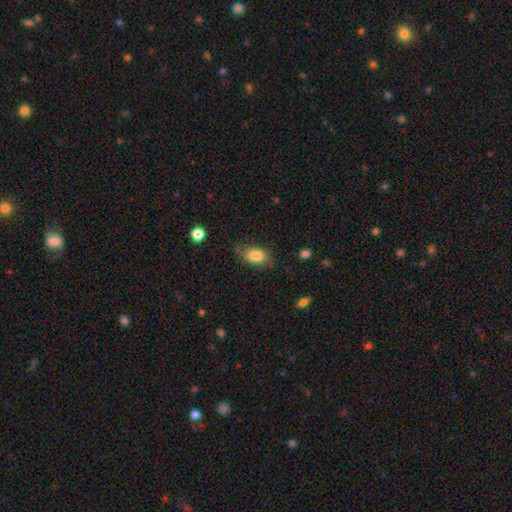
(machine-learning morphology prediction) A smooth galaxy with no disk features (78%) that is in between round and cigar-shaped (85%).

Vote fractions:
- Smooth or featured? smooth: 78% / featured or disk: 14% / star or artifact: 8%
- How rounded? in between: 85% / round: 13% / cigar-shaped: 2%
- Merging? none: 66% / minor disturbance: 25% / major disturbance: 8% / merger: 2%